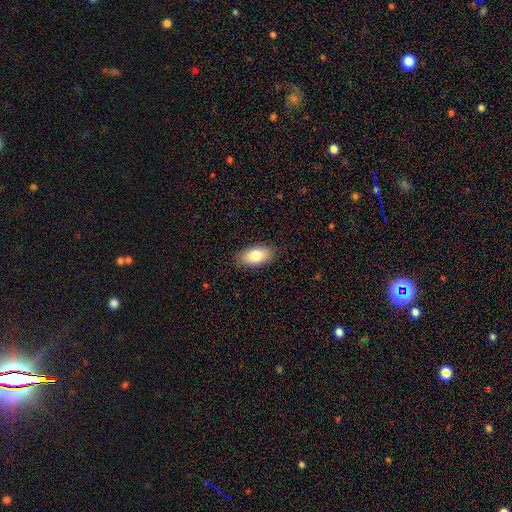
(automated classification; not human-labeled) A smooth galaxy with no disk features (79%) that is in between round and cigar-shaped (92%). Merging: none (87%).